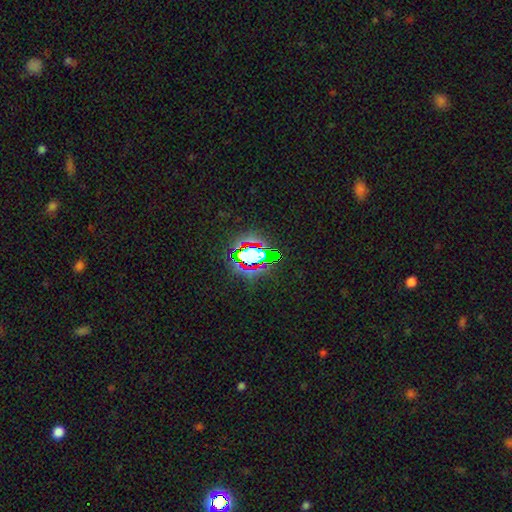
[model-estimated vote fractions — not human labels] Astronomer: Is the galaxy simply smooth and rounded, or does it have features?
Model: star or artifact — 65%.